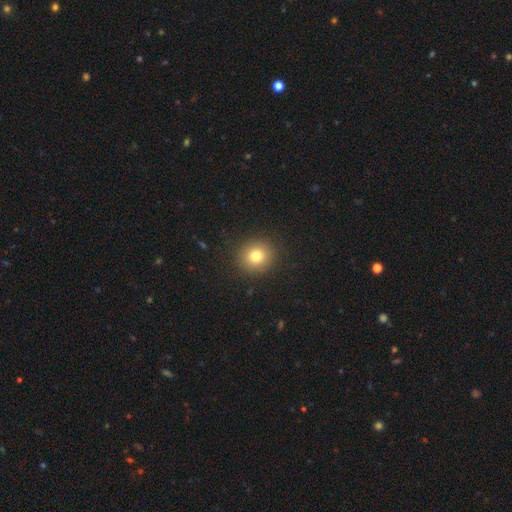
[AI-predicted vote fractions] smooth_or_featured: smooth (p=0.79) [alt: star or artifact p=0.12]
how_rounded: round (p=0.87) [alt: in between p=0.12]
merging: none (p=0.91) [alt: minor disturbance p=0.06]